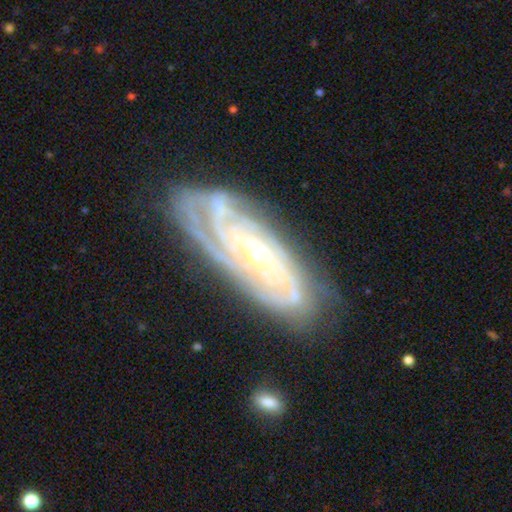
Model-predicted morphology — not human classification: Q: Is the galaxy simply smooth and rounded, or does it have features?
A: featured or disk — 88%.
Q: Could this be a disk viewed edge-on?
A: no — 91%.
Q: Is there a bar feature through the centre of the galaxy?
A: no — 67%.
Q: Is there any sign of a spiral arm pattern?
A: yes — 97%.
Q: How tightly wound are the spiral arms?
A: tight — 77%.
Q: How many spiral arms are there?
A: can't tell — 27%.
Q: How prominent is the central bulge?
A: small — 55%.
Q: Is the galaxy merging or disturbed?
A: none — 74%.